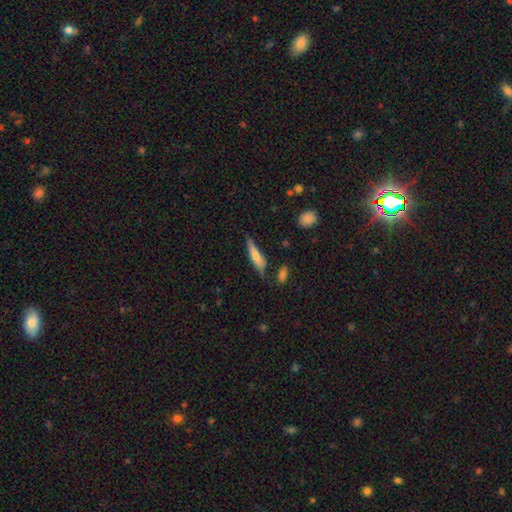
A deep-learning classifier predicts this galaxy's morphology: The model was most divided on "smooth or featured": smooth: 58%, featured or disk: 35%, star or artifact: 7%. More confident: how rounded — cigar-shaped (77%); merging — none (65%).